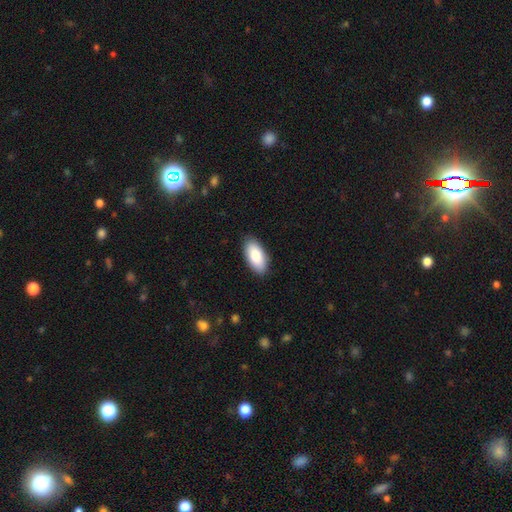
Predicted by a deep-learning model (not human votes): Overall: smooth (87%). How rounded: in between (93%). Merging: none (89%).